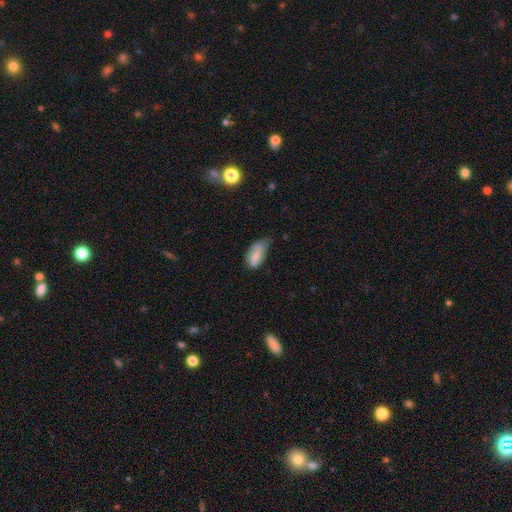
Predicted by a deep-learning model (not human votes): Q: Smooth or featured?
A: smooth (67%); runner-up: featured or disk (26%)
Q: How rounded?
A: in between (91%); runner-up: cigar-shaped (6%)
Q: Merging?
A: minor disturbance (46%); runner-up: none (38%)